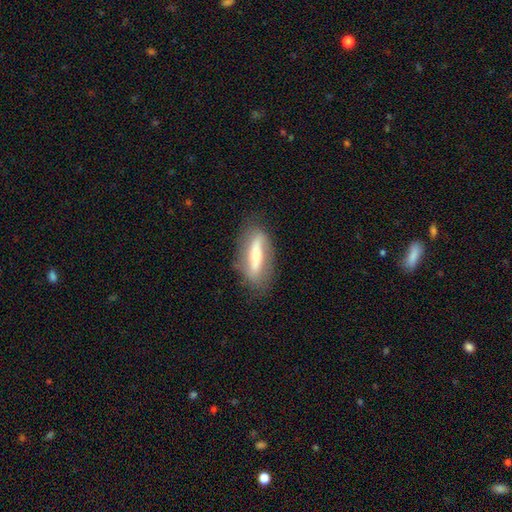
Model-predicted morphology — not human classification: Smooth or featured? featured or disk (64%)
Edge-on disk? no (63%)
Merging? none (84%)